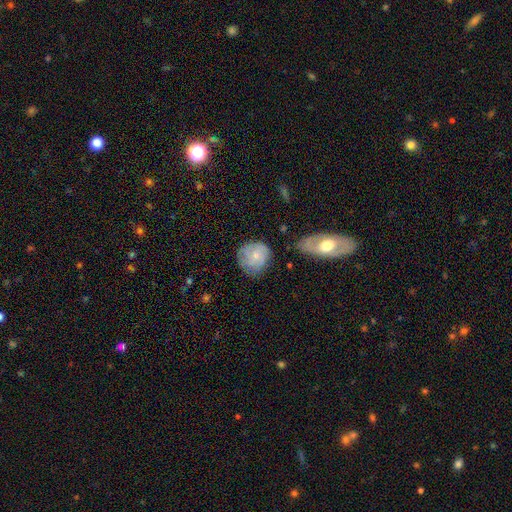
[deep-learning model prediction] Smooth or featured?
  - featured or disk: 52% *
  - smooth: 40%
  - star or artifact: 8%
Edge-on disk?
  - no: 97% *
  - yes: 3%
Bar?
  - no: 77% *
  - weak: 20%
  - strong: 3%
Spiral arms?
  - yes: 81% *
  - no: 19%
Bulge size?
  - small: 63% *
  - moderate: 30%
  - none: 4%
  - large: 2%
  - dominant: 1%
Merging?
  - none: 66% *
  - minor disturbance: 22%
  - major disturbance: 8%
  - merger: 4%